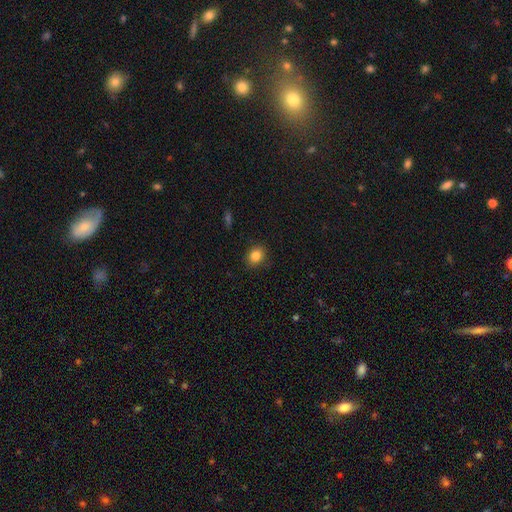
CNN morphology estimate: This is clearly a smooth galaxy (84%). How rounded: possibly round (59%). Merging: clearly none (87%).